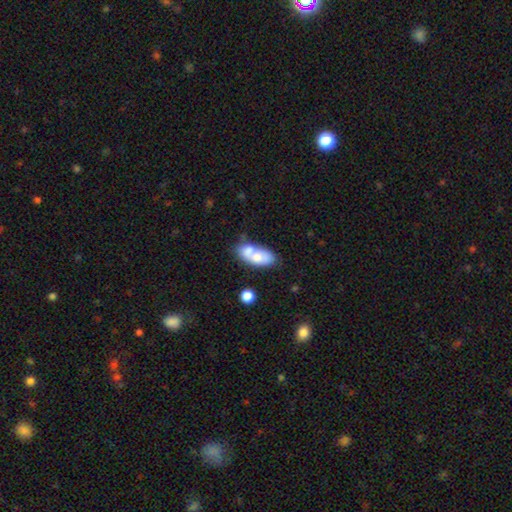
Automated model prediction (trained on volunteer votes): smooth 67%, featured or disk 26%, star or artifact 7%. Down the decision tree: how rounded — in between (87%); merging — merger (50%).